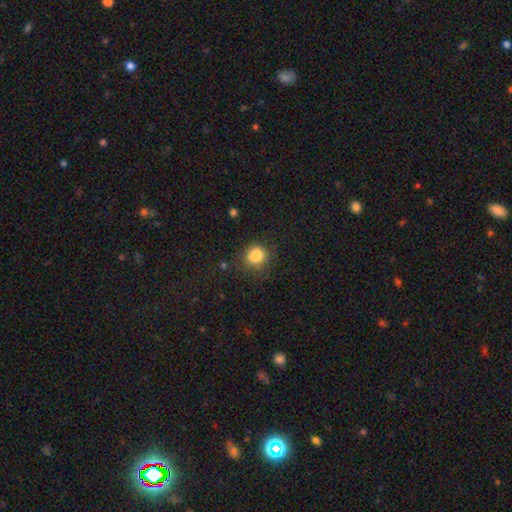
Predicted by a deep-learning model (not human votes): A smooth galaxy with no disk features (83%) that is round (68%). Merging: none (68%).